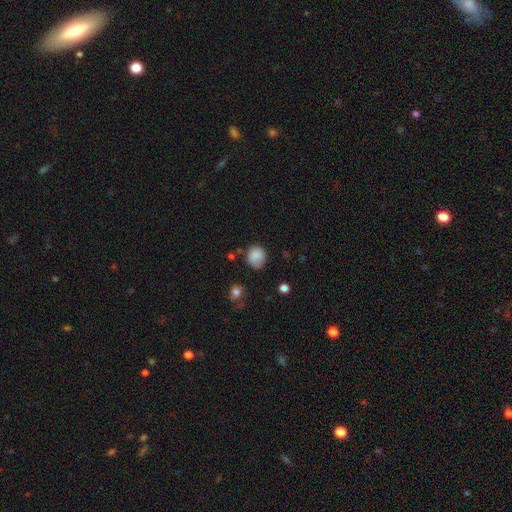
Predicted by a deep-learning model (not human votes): Q: Smooth or featured?
A: smooth (85%); runner-up: star or artifact (9%)
Q: How rounded?
A: round (80%); runner-up: in between (19%)
Q: Merging?
A: none (66%); runner-up: minor disturbance (25%)